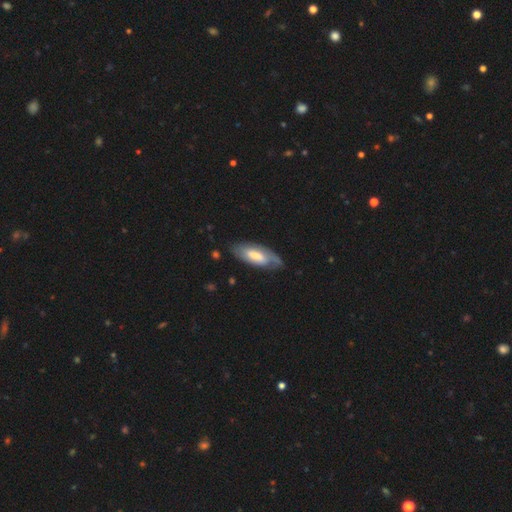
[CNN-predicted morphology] Q: Smooth or featured?
A: featured or disk (48%); runner-up: smooth (47%)
Q: Merging?
A: none (65%); runner-up: minor disturbance (24%)